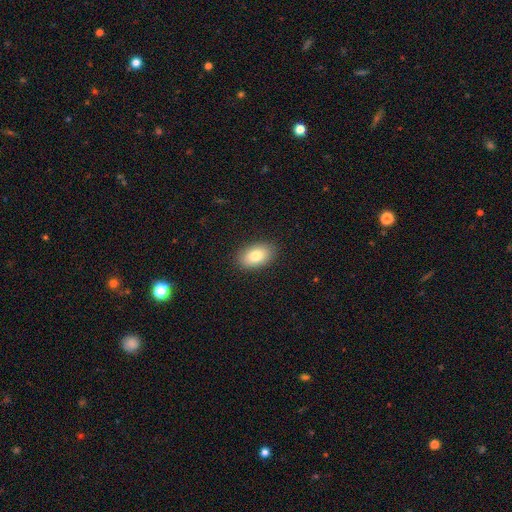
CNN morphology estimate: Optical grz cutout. It shows a smooth galaxy with no disk features (80%) that is in between round and cigar-shaped (89%). Merging: none (89%).